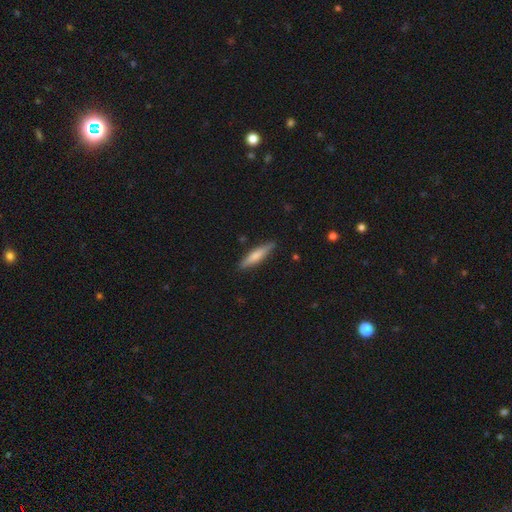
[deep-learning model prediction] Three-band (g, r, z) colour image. It shows a smooth galaxy with no disk features (63%) that is cigar-shaped (84%). Merging: none (88%).